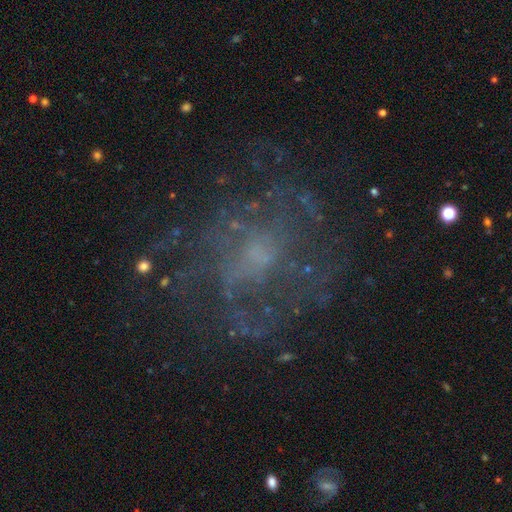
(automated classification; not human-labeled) This is likely a featured or disk galaxy (69%). It is clearly not viewed edge-on (97%). Bar: likely no (71%). Spiral arm pattern: likely yes (64%). Central bulge: possibly small (52%). Merging: likely none (67%).